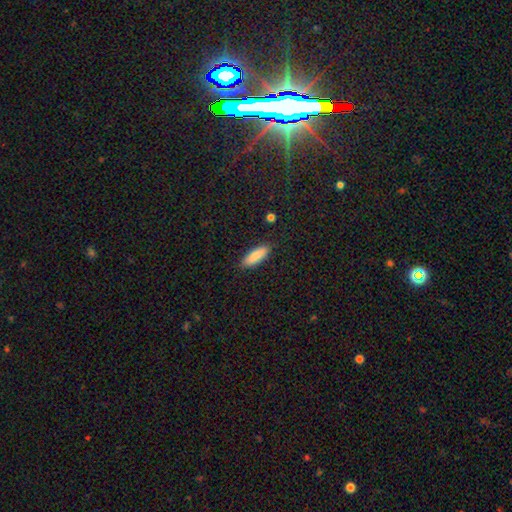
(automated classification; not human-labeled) Smooth or featured?
  - smooth: 87% *
  - featured or disk: 7%
  - star or artifact: 6%
How rounded?
  - in between: 54% *
  - cigar-shaped: 44%
  - round: 2%
Merging?
  - none: 89% *
  - minor disturbance: 8%
  - major disturbance: 2%
  - merger: 1%